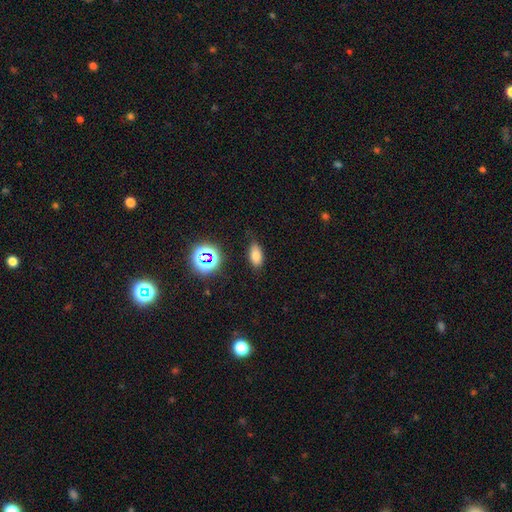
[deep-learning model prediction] smooth_or_featured: smooth (p=0.73) [alt: star or artifact p=0.16]
how_rounded: in between (p=0.86) [alt: cigar-shaped p=0.07]
merging: none (p=0.80) [alt: minor disturbance p=0.15]